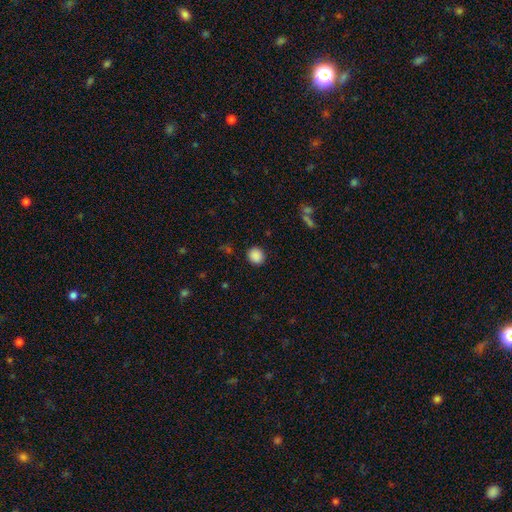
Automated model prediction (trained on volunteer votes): The model was most divided on "how rounded": round: 84%, in between: 15%, cigar-shaped: 1%. More confident: merging — none (89%); smooth or featured — smooth (88%).